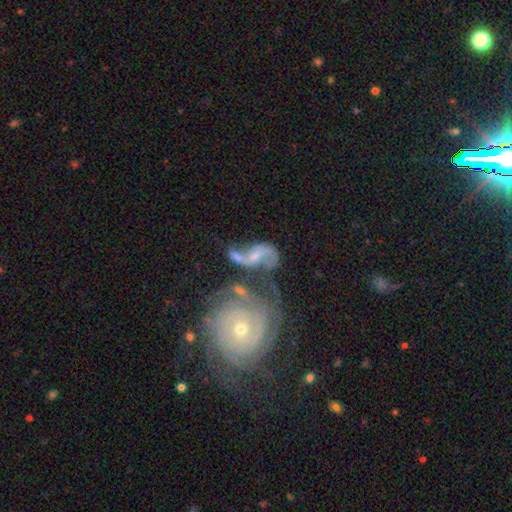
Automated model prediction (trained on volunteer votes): This is likely a featured or disk galaxy (79%). It is clearly not viewed edge-on (97%). Bar: marginally weak (42%). Spiral arm pattern: clearly yes (88%). Spiral arm count: clearly 2 (84%). Spiral winding: likely loose (69%). Central bulge: possibly small (53%). Merging: possibly merger (46%).